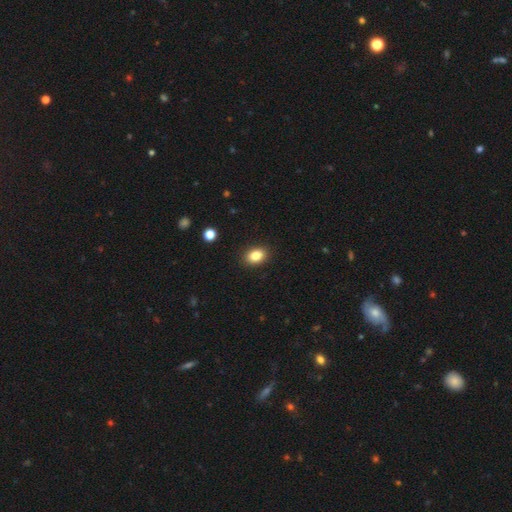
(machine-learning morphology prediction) Overall: smooth (84%). How rounded: in between (71%). Merging: none (90%).